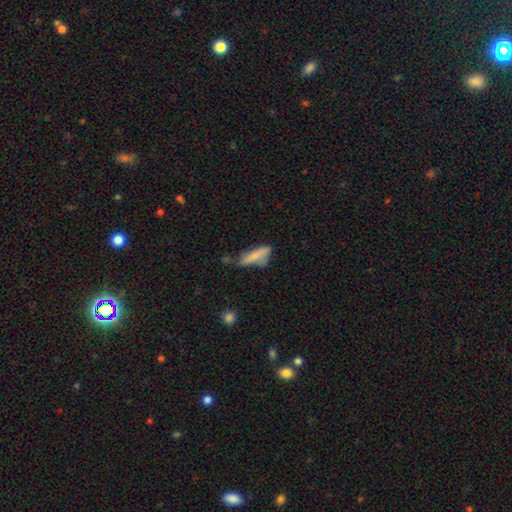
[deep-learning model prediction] The model was most divided on "merging": none: 43%, minor disturbance: 32%, major disturbance: 15%, merger: 11%. More confident: smooth or featured — smooth (73%); how rounded — cigar-shaped (58%).